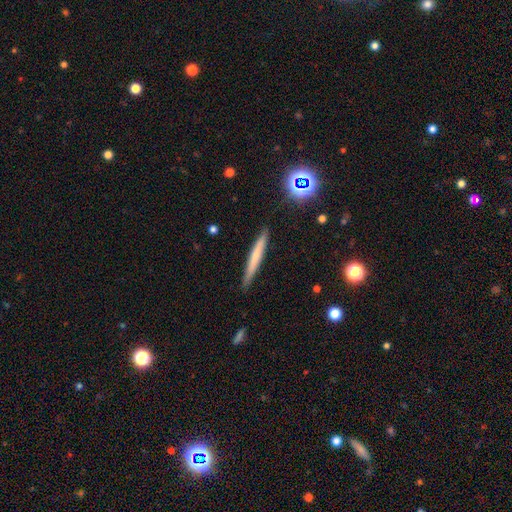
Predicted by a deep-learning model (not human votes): smooth-or-featured: smooth: 56% | featured or disk: 35% | star or artifact: 8%
  how-rounded: cigar-shaped: 96% | in between: 3% | round: 1%
  merging: none: 88% | minor disturbance: 9% | major disturbance: 2% | merger: 1%